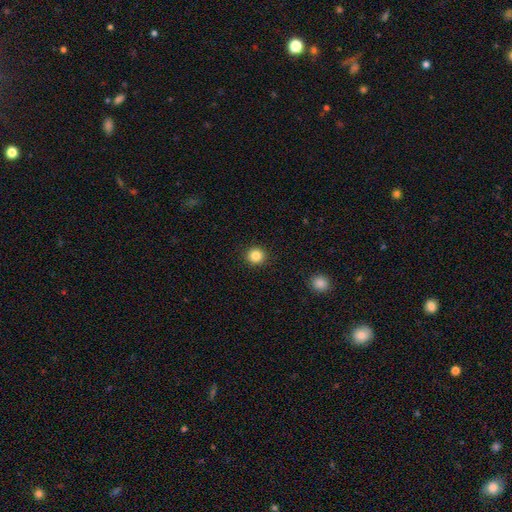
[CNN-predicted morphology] Q: Smooth or featured?
A: smooth (85%); runner-up: star or artifact (11%)
Q: How rounded?
A: round (93%); runner-up: in between (6%)
Q: Merging?
A: none (93%); runner-up: minor disturbance (5%)